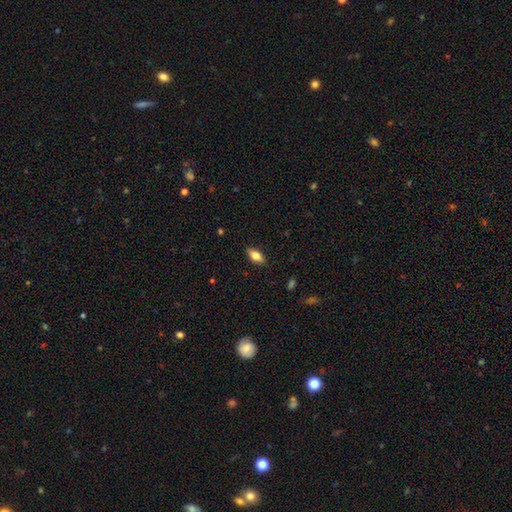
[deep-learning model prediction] smooth-or-featured: smooth: 74% | featured or disk: 18% | star or artifact: 7%
  how-rounded: in between: 86% | cigar-shaped: 11% | round: 4%
  merging: none: 88% | minor disturbance: 9% | major disturbance: 2% | merger: 1%